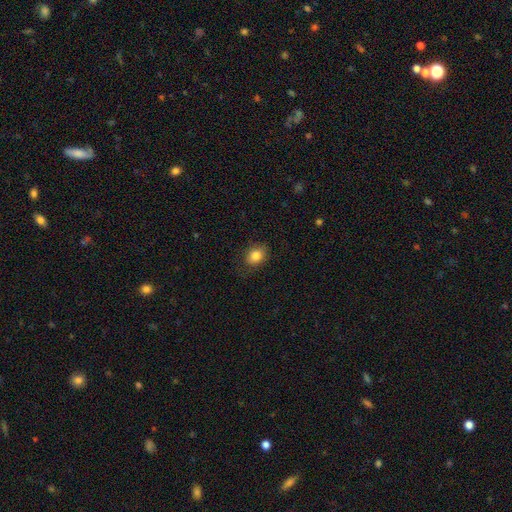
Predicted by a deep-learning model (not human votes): Smooth or featured: smooth — 83% (star or artifact — 9%)
How rounded: in between — 58% (round — 41%)
Merging: none — 77% (minor disturbance — 17%)